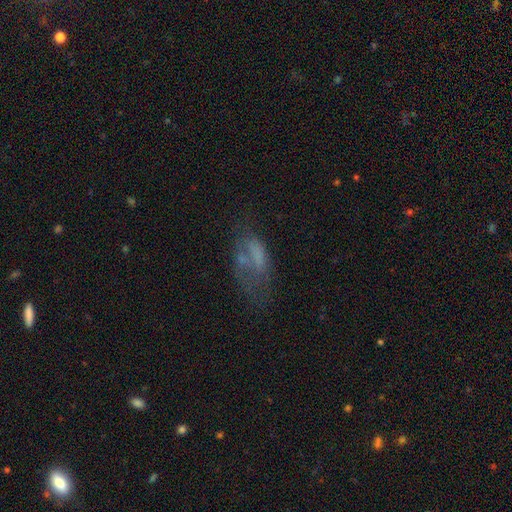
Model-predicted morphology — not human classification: Smooth or featured? Predicted: smooth (p=0.47). Merging? Predicted: major disturbance (p=0.38).